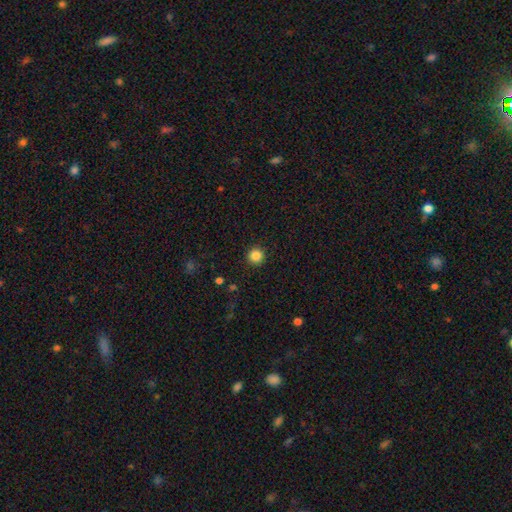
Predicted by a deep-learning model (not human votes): smooth 85%, star or artifact 11%, featured or disk 4%. Down the decision tree: how rounded — round (95%); merging — none (92%).